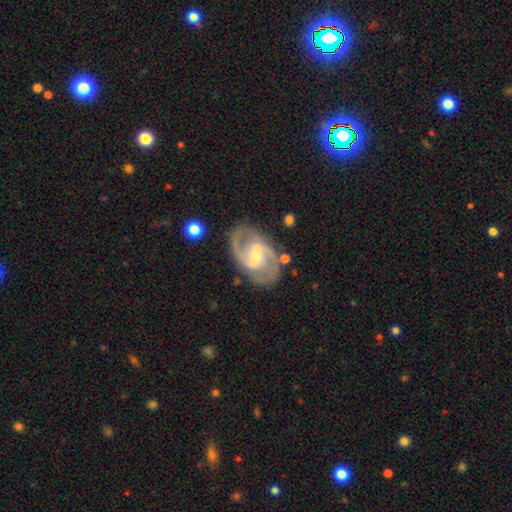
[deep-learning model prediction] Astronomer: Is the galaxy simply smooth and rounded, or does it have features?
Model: featured or disk — 90%.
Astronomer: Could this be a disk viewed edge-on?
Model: no — 97%.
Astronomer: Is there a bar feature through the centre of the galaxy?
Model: weak — 52%.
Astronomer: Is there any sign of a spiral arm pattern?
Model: yes — 97%.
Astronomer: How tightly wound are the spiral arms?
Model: medium — 59%.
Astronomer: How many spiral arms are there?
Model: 2 — 87%.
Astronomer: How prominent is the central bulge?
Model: small — 58% (runner-up: moderate, 36%).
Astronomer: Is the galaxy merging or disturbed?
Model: none — 79%.